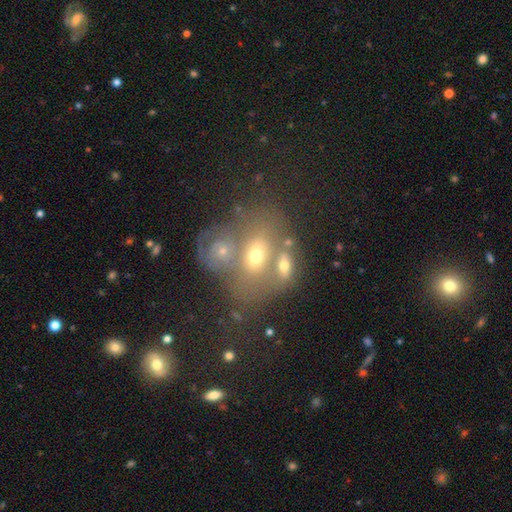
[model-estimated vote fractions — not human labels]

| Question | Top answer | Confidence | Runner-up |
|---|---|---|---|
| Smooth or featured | smooth | 48% | featured or disk (34%) |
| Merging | merger | 58% | none (25%) |